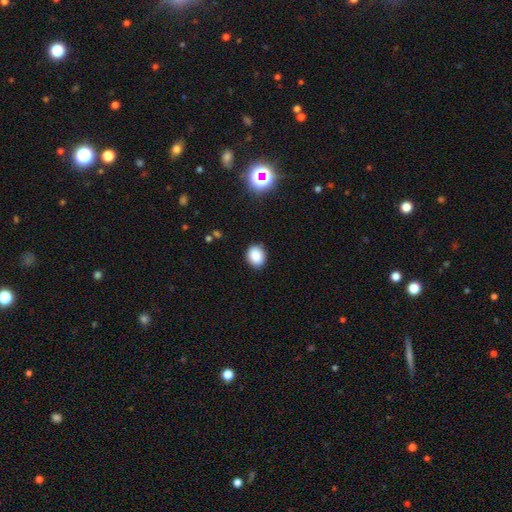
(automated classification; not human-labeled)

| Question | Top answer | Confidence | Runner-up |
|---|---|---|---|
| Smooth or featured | smooth | 86% | star or artifact (10%) |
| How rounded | round | 53% | in between (46%) |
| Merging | none | 87% | minor disturbance (9%) |